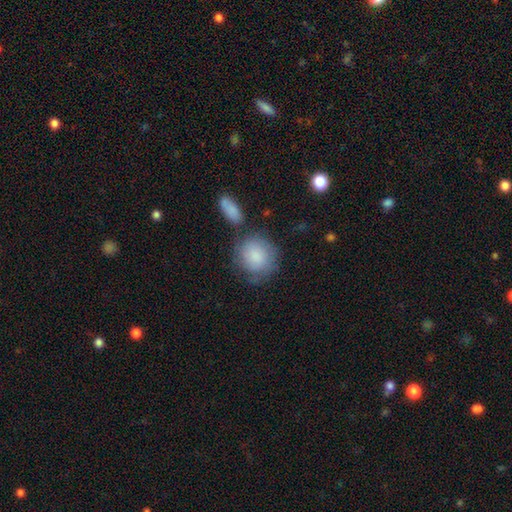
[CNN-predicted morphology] A smooth galaxy with no disk features (83%) that is round (82%). Merging: none (61%).